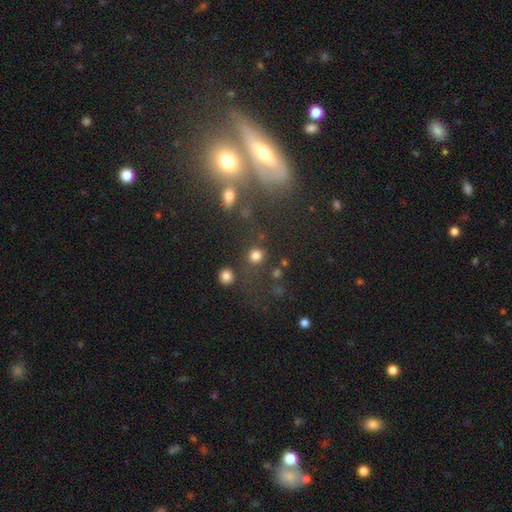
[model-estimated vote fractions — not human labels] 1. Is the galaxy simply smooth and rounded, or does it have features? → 79% smooth, 16% star or artifact, 6% featured or disk.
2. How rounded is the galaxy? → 88% round, 11% in between, 1% cigar-shaped.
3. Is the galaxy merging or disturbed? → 77% none, 9% minor disturbance, 8% merger, 6% major disturbance.